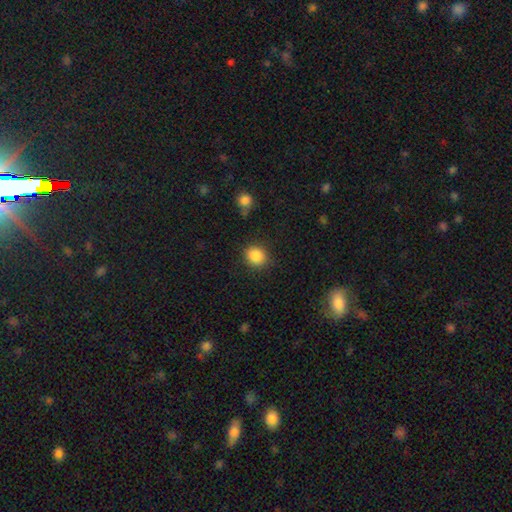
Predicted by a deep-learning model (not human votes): Smooth or featured? smooth (87%)
How rounded? round (78%)
Merging? none (85%)